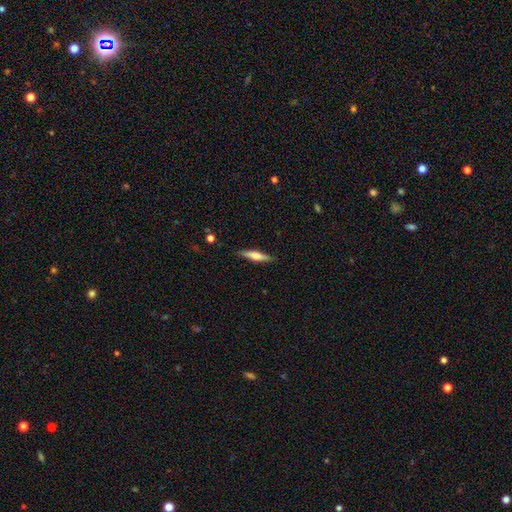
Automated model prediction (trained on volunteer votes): A featured or disk galaxy (48%). Merging: none (87%).